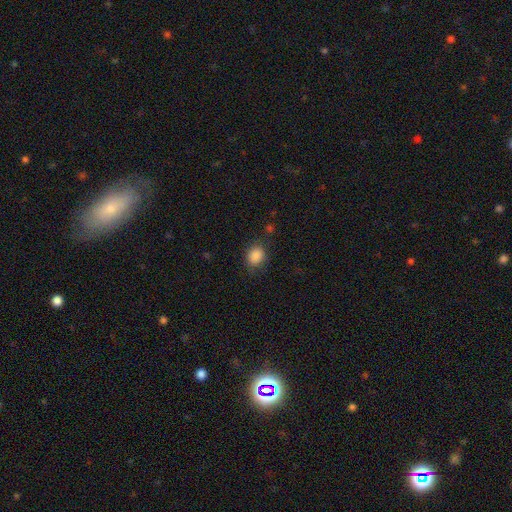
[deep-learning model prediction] smooth-or-featured: smooth: 87% | star or artifact: 9% | featured or disk: 4%
  how-rounded: in between: 50% | round: 49% | cigar-shaped: 1%
  merging: none: 77% | minor disturbance: 16% | major disturbance: 5% | merger: 2%